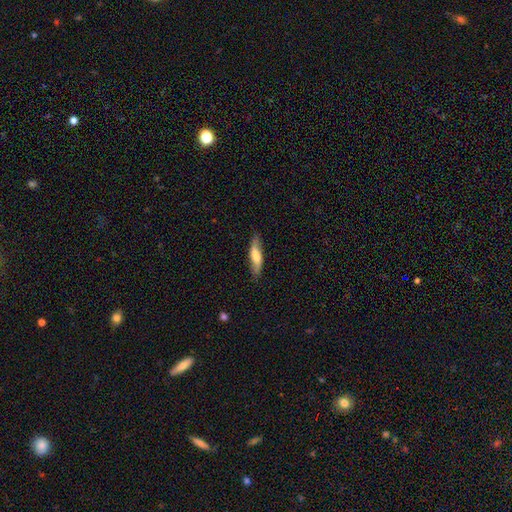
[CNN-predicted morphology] Smooth or featured? Predicted: smooth (p=0.58). How rounded? Predicted: cigar-shaped (p=0.68). Merging? Predicted: none (p=0.81).